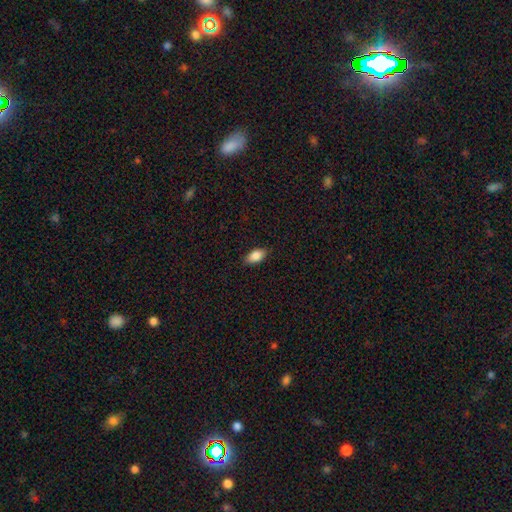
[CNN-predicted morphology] This appears to be a smooth galaxy with no disk features (86%) that is in between round and cigar-shaped (92%). Merging: none (87%).